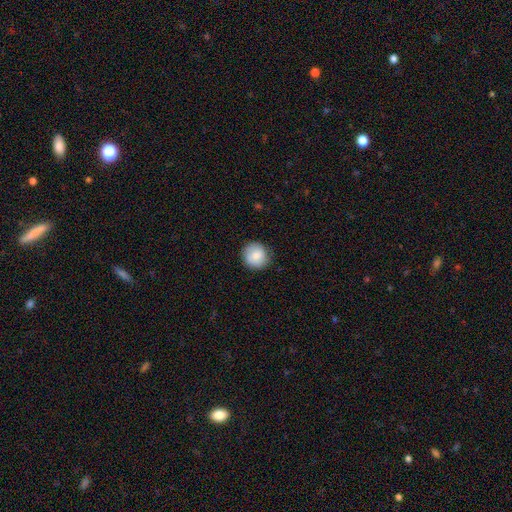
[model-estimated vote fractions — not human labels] Smooth or featured: smooth — 84% (featured or disk — 9%)
How rounded: round — 93% (in between — 6%)
Merging: none — 86% (minor disturbance — 10%)